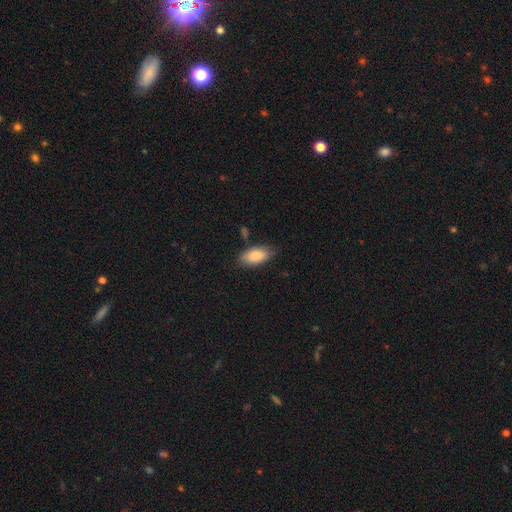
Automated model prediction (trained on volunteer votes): Overall: smooth (85%). How rounded: in between (91%). Merging: none (76%).